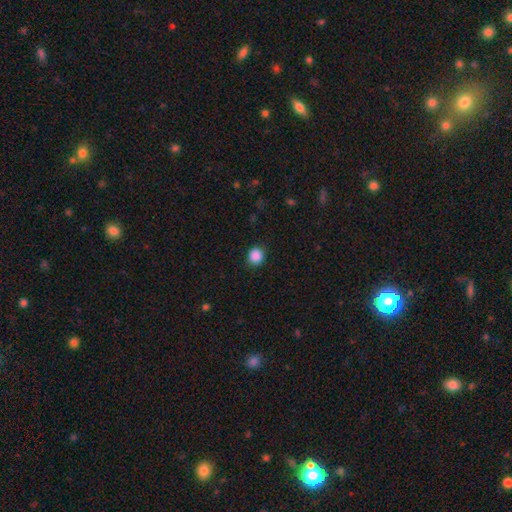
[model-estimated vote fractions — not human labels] smooth 88%, star or artifact 10%, featured or disk 2%. Down the decision tree: how rounded — round (87%); merging — none (88%).